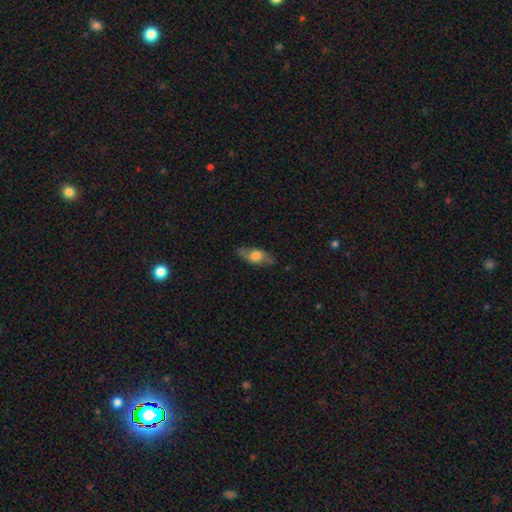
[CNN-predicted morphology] type=smooth (55%); roundness=in between (76%); merging=none (75%).